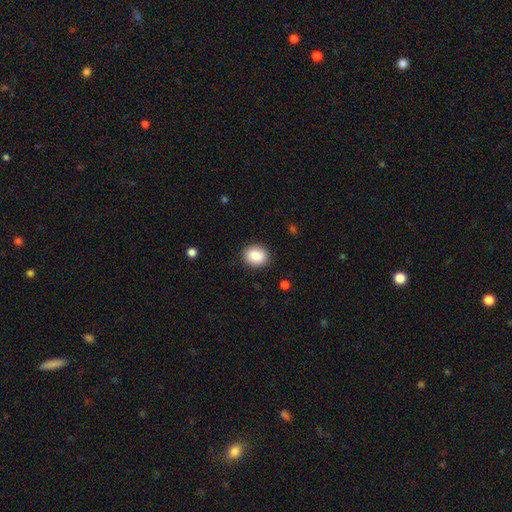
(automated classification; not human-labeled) A smooth galaxy with no disk features (86%) that is round (66%). Merging: none (88%).